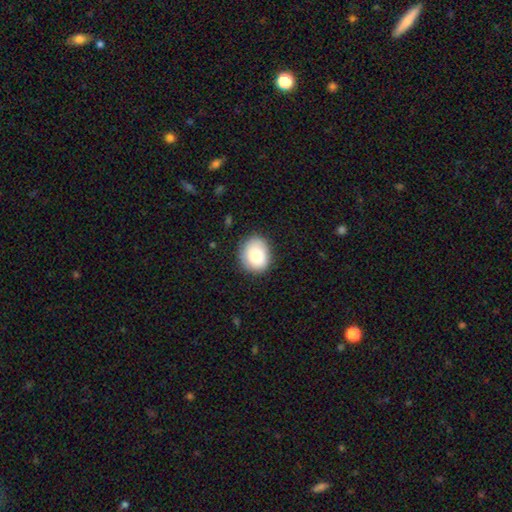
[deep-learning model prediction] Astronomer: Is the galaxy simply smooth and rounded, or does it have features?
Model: smooth — 83%.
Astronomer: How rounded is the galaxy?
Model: round — 59% (runner-up: in between, 41%).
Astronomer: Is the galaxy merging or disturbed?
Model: none — 81%.